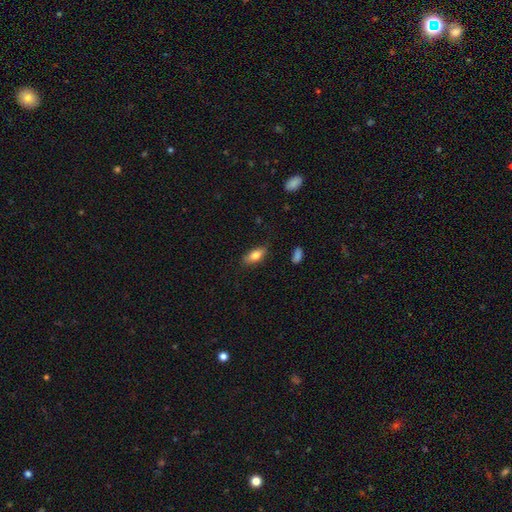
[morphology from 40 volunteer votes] This is likely a smooth galaxy (75%). How rounded: clearly in between (80%). Merging: clearly none (86%).